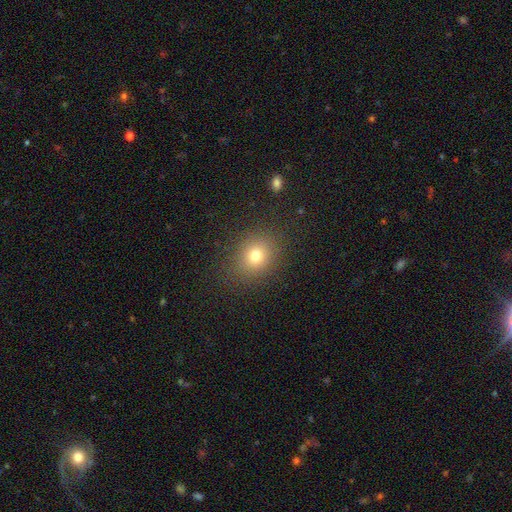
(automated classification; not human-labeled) Smooth or featured: smooth — 75% (star or artifact — 15%)
How rounded: round — 66% (in between — 33%)
Merging: none — 86% (minor disturbance — 9%)